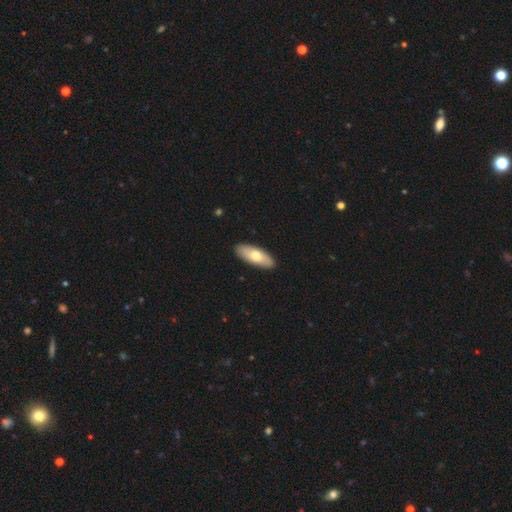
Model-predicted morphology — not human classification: This appears to be a smooth galaxy with no disk features (68%) that is in between round and cigar-shaped (73%). Merging: none (90%).